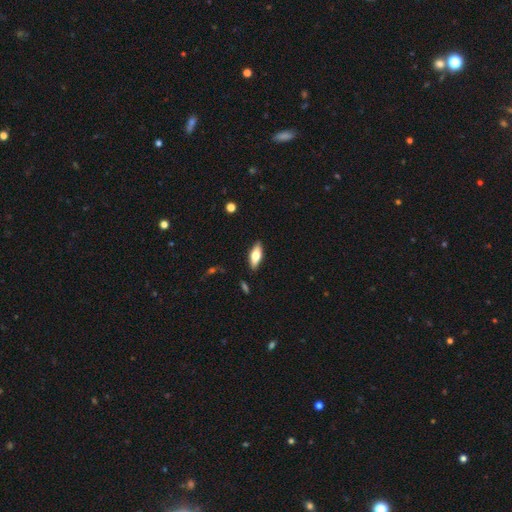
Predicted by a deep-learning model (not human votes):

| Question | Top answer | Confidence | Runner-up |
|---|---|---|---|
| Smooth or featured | smooth | 58% | featured or disk (35%) |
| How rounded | in between | 69% | cigar-shaped (29%) |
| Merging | none | 87% | minor disturbance (10%) |